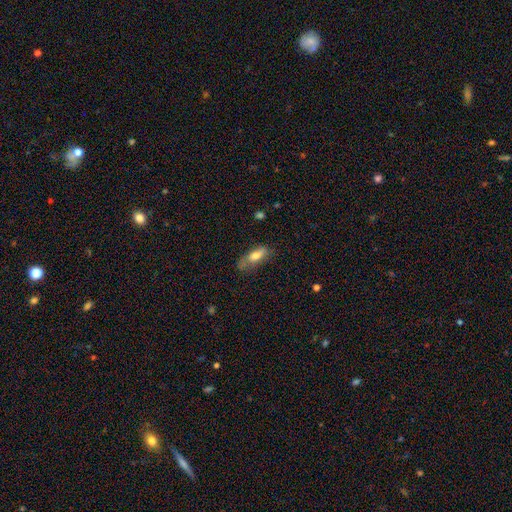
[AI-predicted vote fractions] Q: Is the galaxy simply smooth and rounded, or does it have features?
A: smooth — 71%.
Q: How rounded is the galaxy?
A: in between — 67%.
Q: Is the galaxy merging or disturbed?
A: none — 49%.